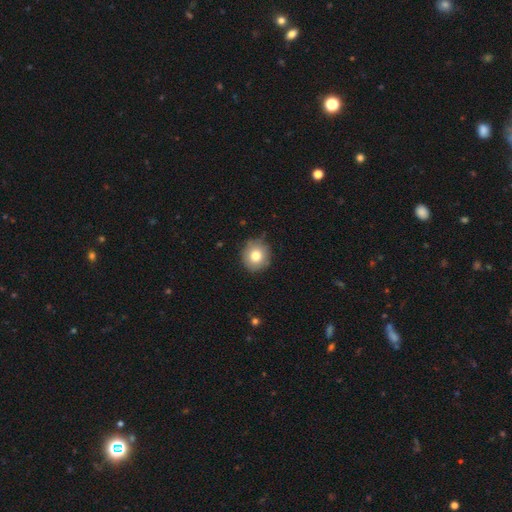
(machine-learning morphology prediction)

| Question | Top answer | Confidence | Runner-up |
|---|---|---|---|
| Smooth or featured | smooth | 80% | featured or disk (11%) |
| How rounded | round | 90% | in between (9%) |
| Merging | none | 81% | minor disturbance (15%) |